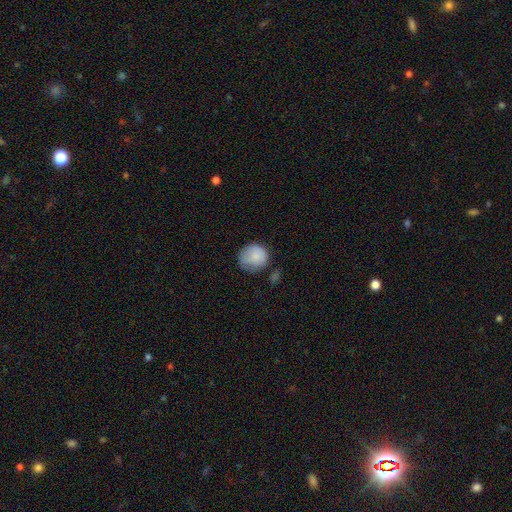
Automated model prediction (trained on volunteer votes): Morphology: type=smooth (83%); roundness=round (87%); merging=none (59%).